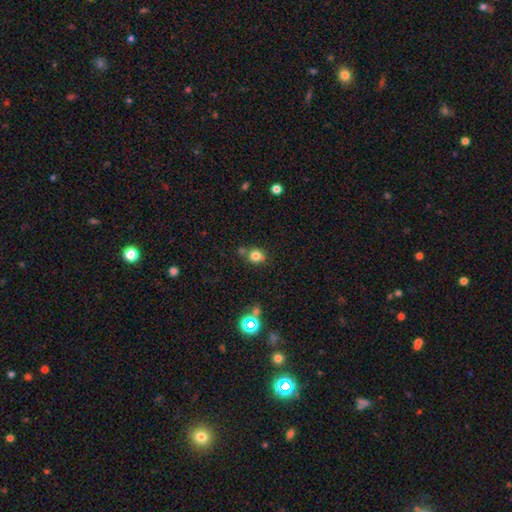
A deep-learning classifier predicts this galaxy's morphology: Smooth or featured?
  - smooth: 78% *
  - star or artifact: 14%
  - featured or disk: 8%
How rounded?
  - round: 74% *
  - in between: 25%
  - cigar-shaped: 1%
Merging?
  - none: 65% *
  - merger: 16%
  - minor disturbance: 15%
  - major disturbance: 4%